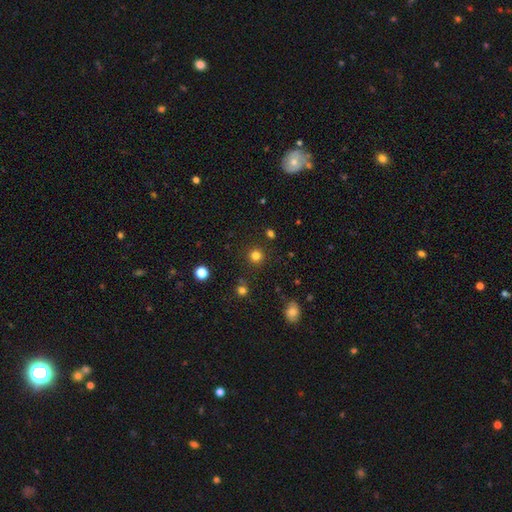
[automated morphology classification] Q: Smooth or featured?
A: smooth (80%); runner-up: star or artifact (16%)
Q: How rounded?
A: round (94%); runner-up: in between (5%)
Q: Merging?
A: none (89%); runner-up: minor disturbance (6%)